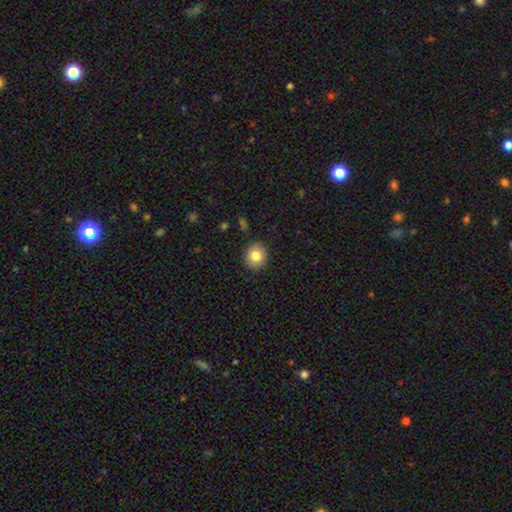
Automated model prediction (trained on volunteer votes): Smooth or featured? Predicted: smooth (p=0.82). How rounded? Predicted: round (p=0.81). Merging? Predicted: none (p=0.89).